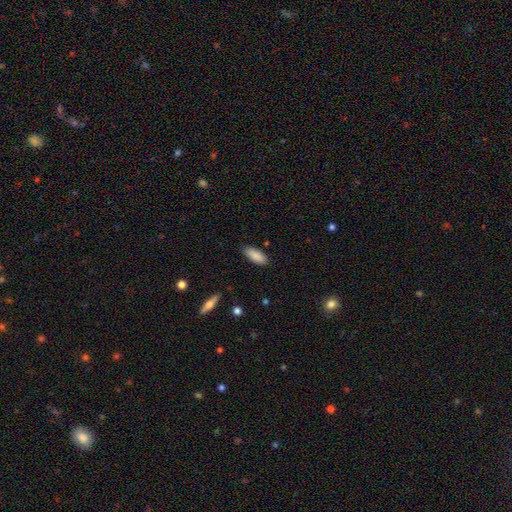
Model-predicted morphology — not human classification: A smooth galaxy with no disk features (88%) that is in between round and cigar-shaped (81%).

Vote fractions:
- Smooth or featured? smooth: 88% / star or artifact: 6% / featured or disk: 5%
- How rounded? in between: 81% / cigar-shaped: 17% / round: 2%
- Merging? none: 85% / minor disturbance: 12% / major disturbance: 2% / merger: 1%